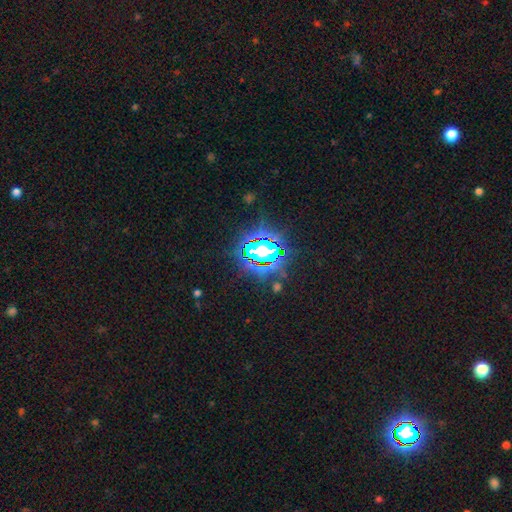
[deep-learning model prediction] A star or artifact, not a galaxy (75%).